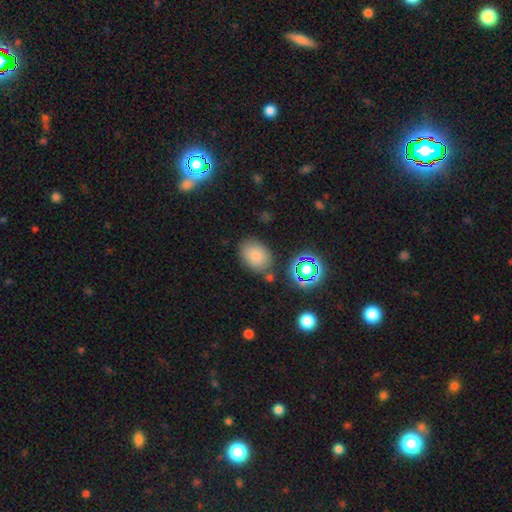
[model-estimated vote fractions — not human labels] smooth-or-featured: smooth: 77% | star or artifact: 13% | featured or disk: 9%
  how-rounded: in between: 65% | round: 34% | cigar-shaped: 1%
  merging: none: 77% | minor disturbance: 13% | merger: 7% | major disturbance: 4%